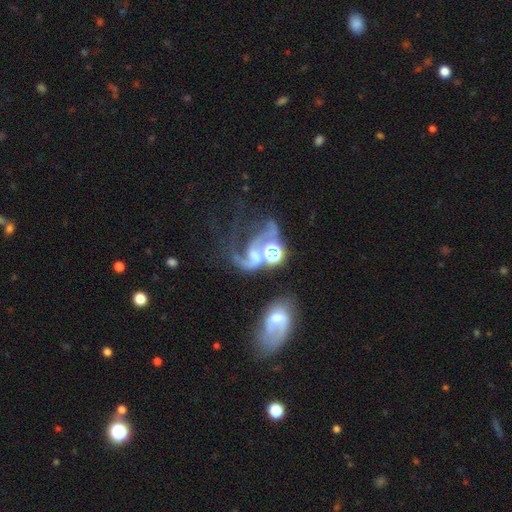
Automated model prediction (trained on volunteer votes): The model was most divided on "merging": merger: 37%, major disturbance: 34%, none: 19%, minor disturbance: 11%. Remaining: edge-on disk — no (96%); spiral arms — yes (73%); smooth or featured — featured or disk (66%); bar — no (63%); bulge size — moderate (39%).